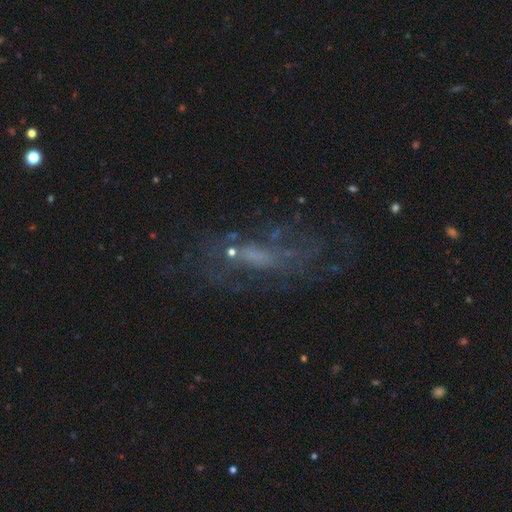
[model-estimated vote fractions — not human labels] smooth_or_featured: featured or disk (p=0.55) [alt: smooth p=0.24]
disk_edge_on: no (p=0.87) [alt: yes p=0.13]
merging: none (p=0.51) [alt: major disturbance p=0.27]